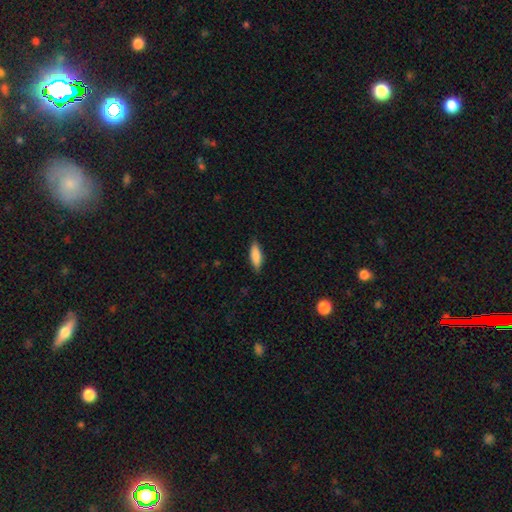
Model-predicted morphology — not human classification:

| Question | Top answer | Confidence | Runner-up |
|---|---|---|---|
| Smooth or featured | smooth | 84% | featured or disk (10%) |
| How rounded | in between | 57% | cigar-shaped (41%) |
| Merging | none | 84% | minor disturbance (12%) |